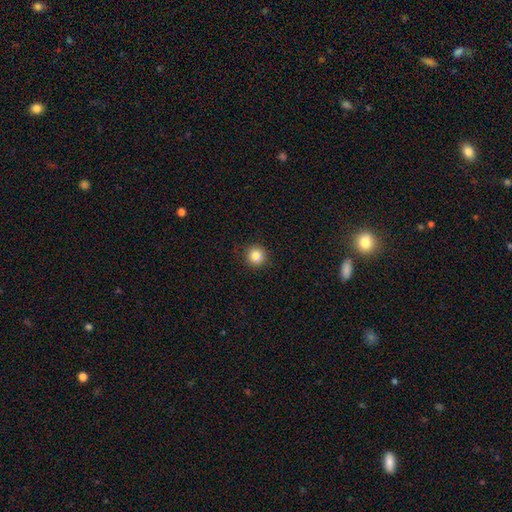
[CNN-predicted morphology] Q: Smooth or featured?
A: smooth (84%); runner-up: star or artifact (11%)
Q: How rounded?
A: round (95%); runner-up: in between (4%)
Q: Merging?
A: none (91%); runner-up: minor disturbance (6%)